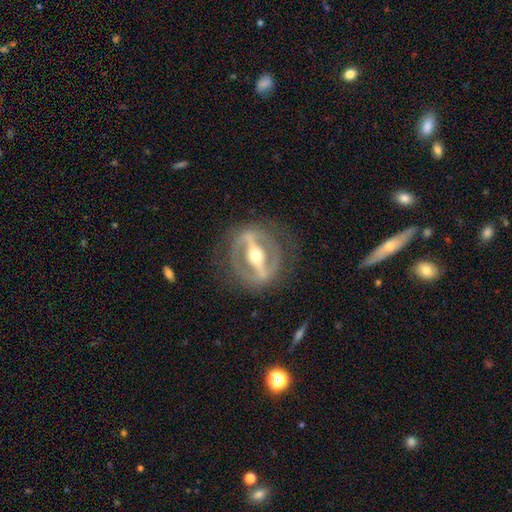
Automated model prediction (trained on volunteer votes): A featured or disk galaxy (85%) with a strong bar (82%), no spiral arms (61%) and a moderate central bulge (69%).

Vote fractions:
- Smooth or featured? featured or disk: 85% / smooth: 10% / star or artifact: 5%
- Edge-on disk? no: 80% / yes: 20%
- Bar? strong: 82% / weak: 11% / no: 7%
- Spiral arms? no: 61% / yes: 39%
- Bulge size? moderate: 69% / small: 22% / large: 7% / dominant: 1% / none: 1%
- Merging? none: 79% / minor disturbance: 12% / major disturbance: 8% / merger: 1%